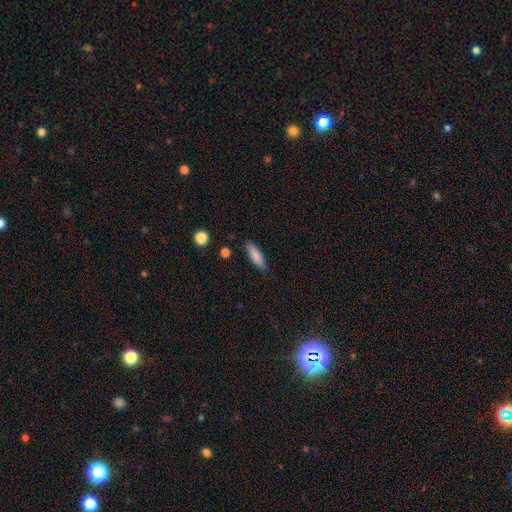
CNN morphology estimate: This is clearly a smooth galaxy (85%). How rounded: possibly cigar-shaped (59%). Merging: clearly none (85%).